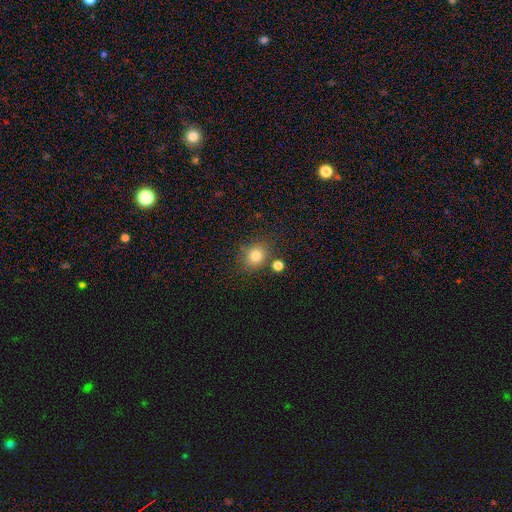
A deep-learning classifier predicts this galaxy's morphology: smooth_or_featured: smooth (p=0.81) [alt: star or artifact p=0.12]
how_rounded: round (p=0.68) [alt: in between p=0.31]
merging: none (p=0.75) [alt: minor disturbance p=0.12]